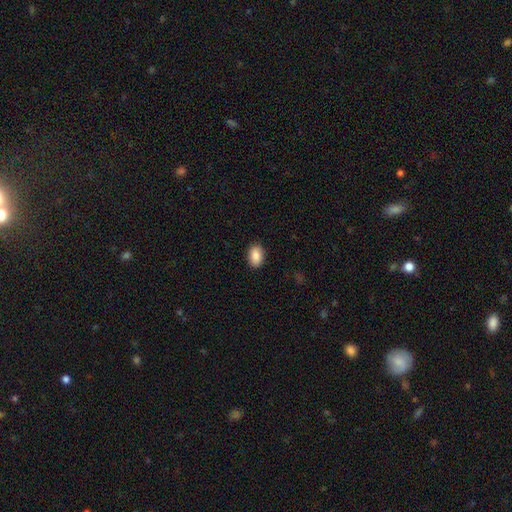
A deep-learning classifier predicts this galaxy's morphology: The model was most divided on "how rounded": in between: 87%, round: 12%, cigar-shaped: 1%. More confident: merging — none (90%); smooth or featured — smooth (88%).